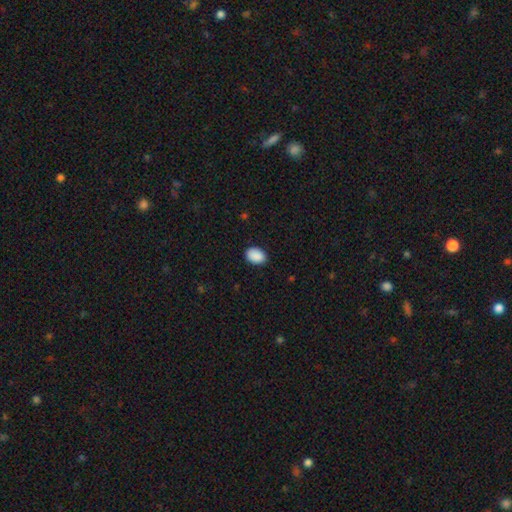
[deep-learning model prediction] A smooth galaxy with no disk features (90%) that is in between round and cigar-shaped (79%). Merging: none (87%).